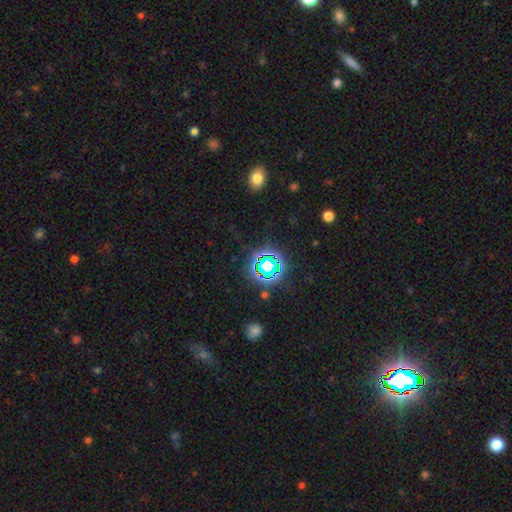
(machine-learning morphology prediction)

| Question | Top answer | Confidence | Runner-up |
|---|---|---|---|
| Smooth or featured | star or artifact | 73% | smooth (19%) |